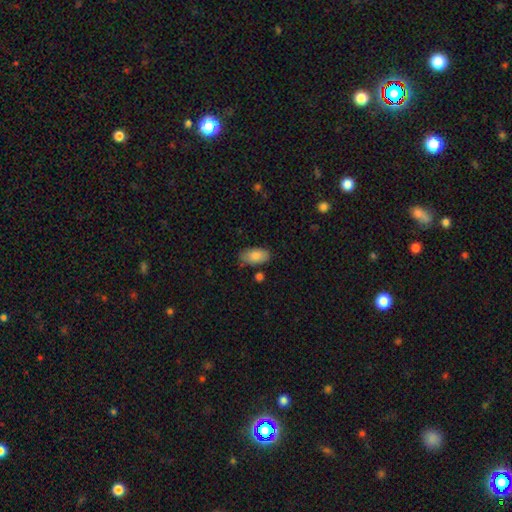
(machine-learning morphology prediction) smooth_or_featured: smooth (p=0.85) [alt: featured or disk p=0.08]
how_rounded: in between (p=0.94) [alt: round p=0.04]
merging: none (p=0.77) [alt: minor disturbance p=0.16]